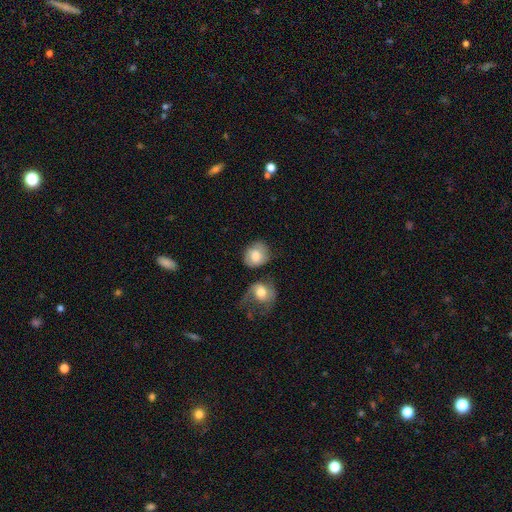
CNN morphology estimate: This is likely a smooth galaxy (70%). How rounded: likely round (71%). Merging: possibly none (54%).